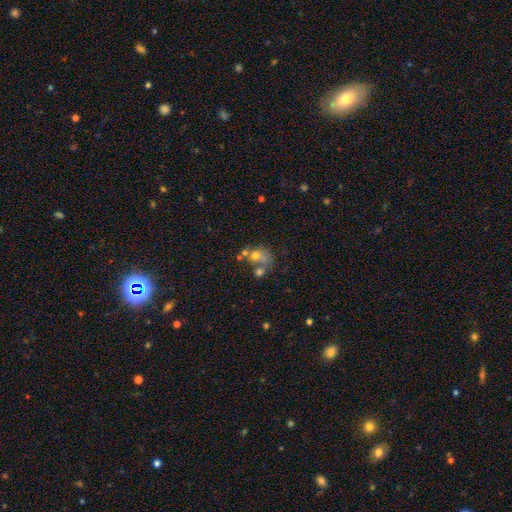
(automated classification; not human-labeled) smooth 57%, featured or disk 27%, star or artifact 16%. Down the decision tree: how rounded — round (53%); merging — merger (47%).